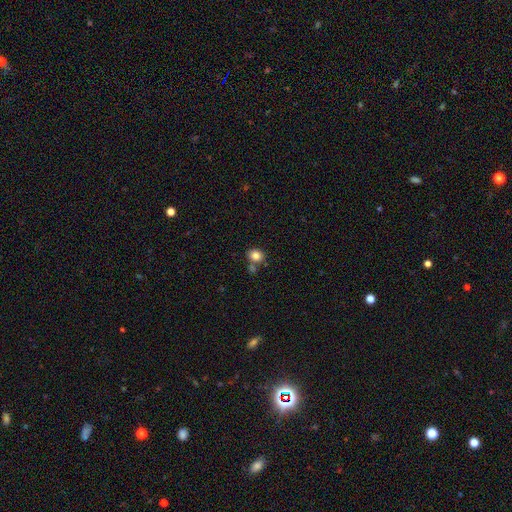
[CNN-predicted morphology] A smooth galaxy with no disk features (82%) that is round (62%). Merging: none (68%).